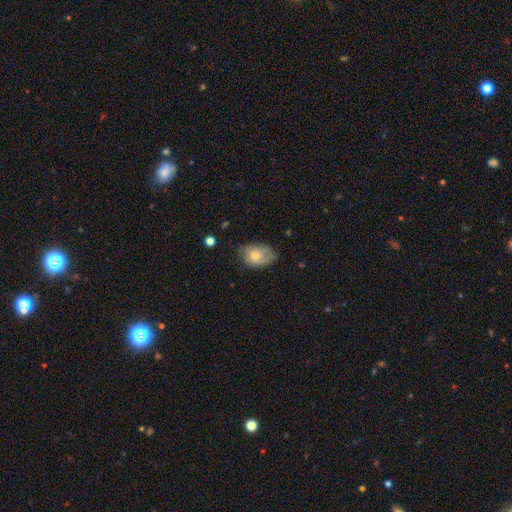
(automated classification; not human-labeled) This is likely a smooth galaxy (67%). How rounded: clearly in between (80%). Merging: possibly none (54%).